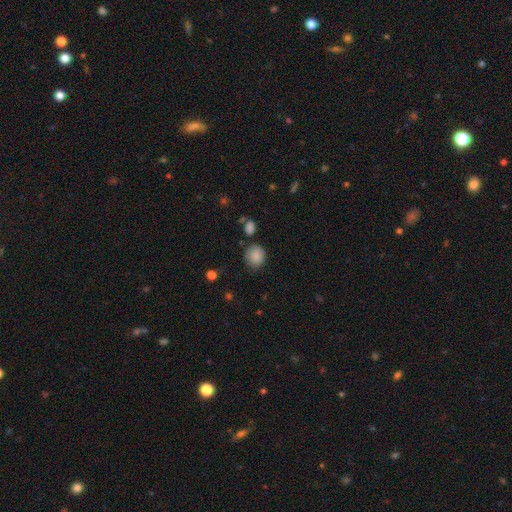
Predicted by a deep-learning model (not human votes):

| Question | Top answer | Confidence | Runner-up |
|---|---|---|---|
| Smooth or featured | smooth | 87% | star or artifact (8%) |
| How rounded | round | 77% | in between (22%) |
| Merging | none | 77% | minor disturbance (15%) |